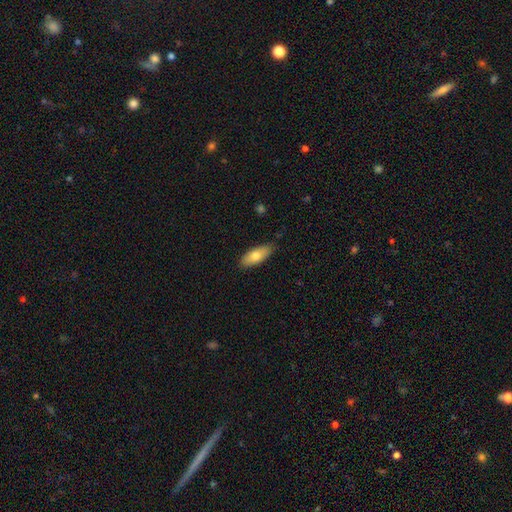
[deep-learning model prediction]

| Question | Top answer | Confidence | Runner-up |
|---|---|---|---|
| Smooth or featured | smooth | 74% | featured or disk (20%) |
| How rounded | in between | 75% | cigar-shaped (23%) |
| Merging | none | 83% | minor disturbance (14%) |